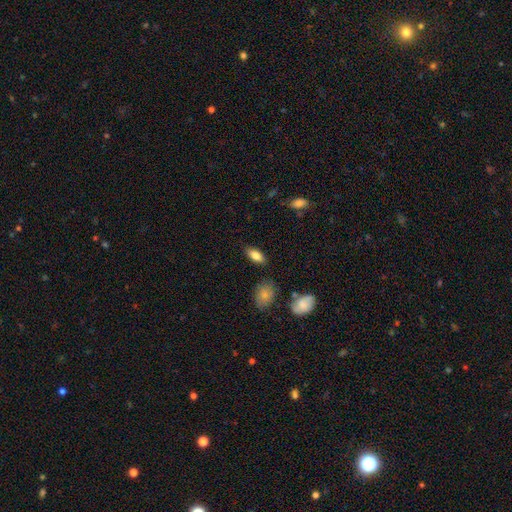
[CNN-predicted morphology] Smooth or featured? smooth (79%)
How rounded? in between (87%)
Merging? none (85%)